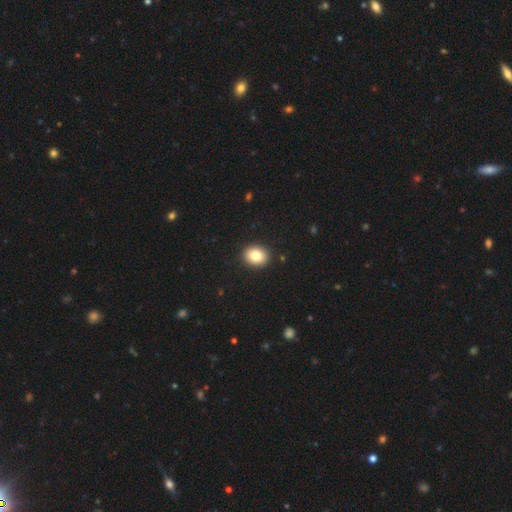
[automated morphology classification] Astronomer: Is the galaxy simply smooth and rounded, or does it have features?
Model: smooth — 82%.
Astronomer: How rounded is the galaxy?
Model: round — 56% (runner-up: in between, 43%).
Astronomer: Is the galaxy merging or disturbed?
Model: none — 91%.